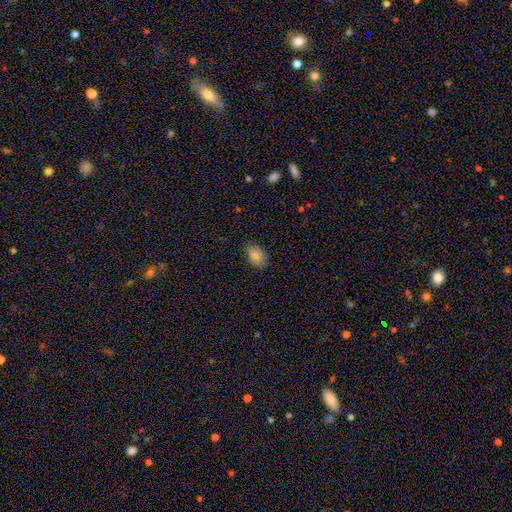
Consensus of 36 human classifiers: Smooth or featured? 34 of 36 (94%) said smooth. How rounded? 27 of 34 (79%) said in between. Merging? 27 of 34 (79%) said none.